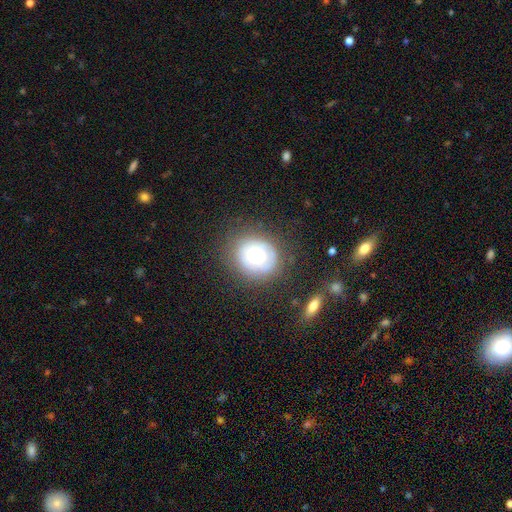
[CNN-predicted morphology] smooth-or-featured: smooth: 50% | featured or disk: 40% | star or artifact: 10%
  merging: none: 73% | minor disturbance: 17% | major disturbance: 8% | merger: 2%